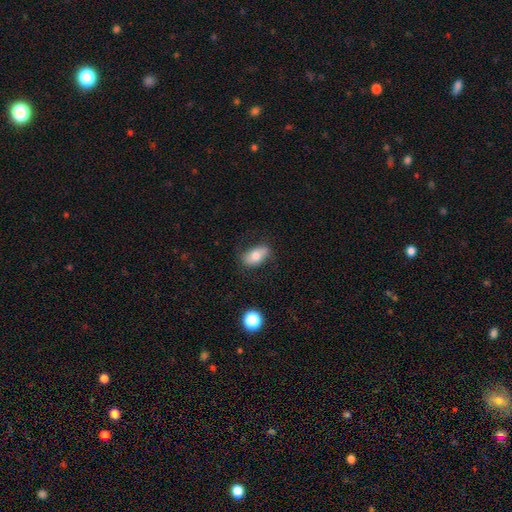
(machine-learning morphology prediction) This is likely a smooth galaxy (72%). How rounded: clearly in between (89%). Merging: likely none (74%).